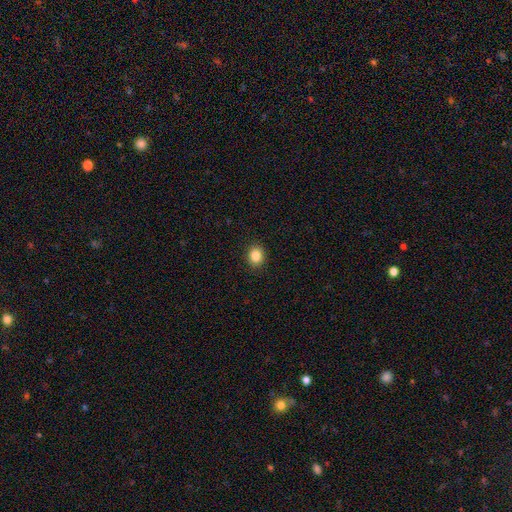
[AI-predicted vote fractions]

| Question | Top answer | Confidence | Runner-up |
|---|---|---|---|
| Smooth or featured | smooth | 85% | star or artifact (10%) |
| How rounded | round | 66% | in between (33%) |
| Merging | none | 91% | minor disturbance (6%) |